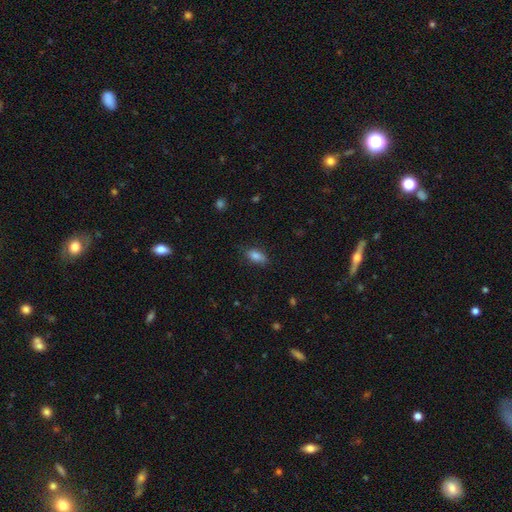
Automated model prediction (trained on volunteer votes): Morphology: type=smooth (84%); roundness=in between (86%); merging=none (78%).